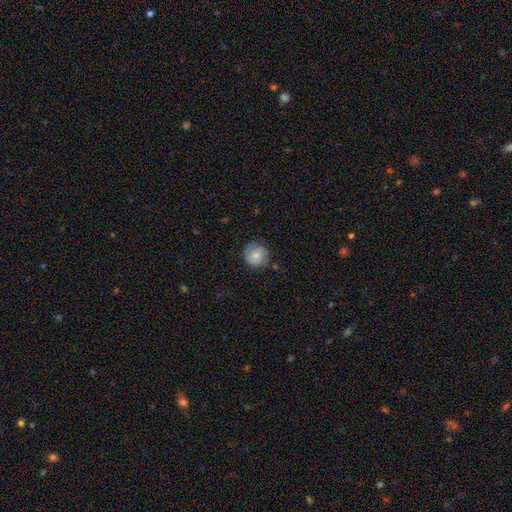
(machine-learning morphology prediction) A smooth galaxy with no disk features (77%) that is round (93%). Merging: none (77%).